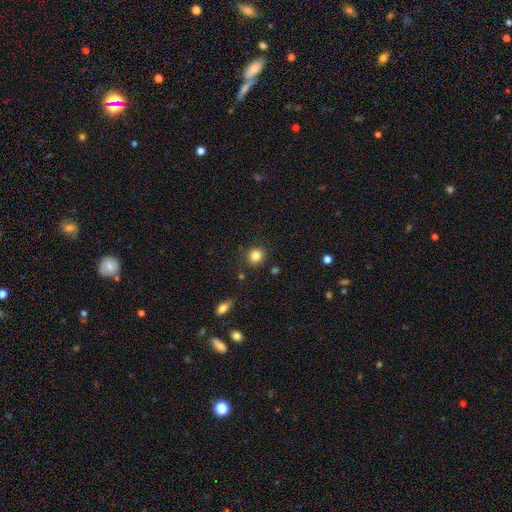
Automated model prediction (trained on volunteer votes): This is clearly a smooth galaxy (85%). How rounded: clearly round (86%). Merging: clearly none (85%).